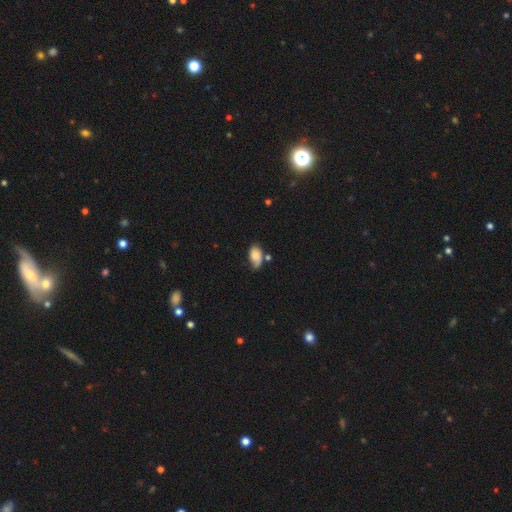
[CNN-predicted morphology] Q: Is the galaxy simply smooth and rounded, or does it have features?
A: smooth — 78%.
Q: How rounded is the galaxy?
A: in between — 91%.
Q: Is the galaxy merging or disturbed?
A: none — 45%.